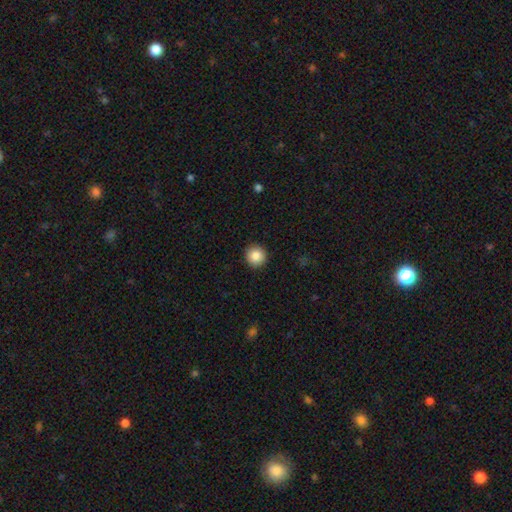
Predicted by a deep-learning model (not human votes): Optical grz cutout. It shows a smooth galaxy with no disk features (86%) that is round (94%). Merging: none (93%).